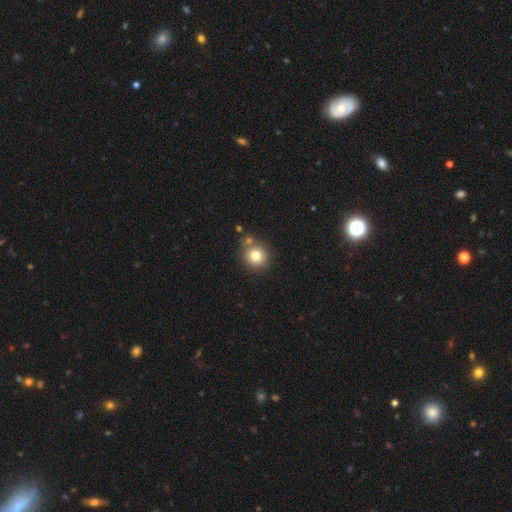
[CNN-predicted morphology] This appears to be a smooth galaxy with no disk features (79%) that is round (89%). Merging: none (70%).